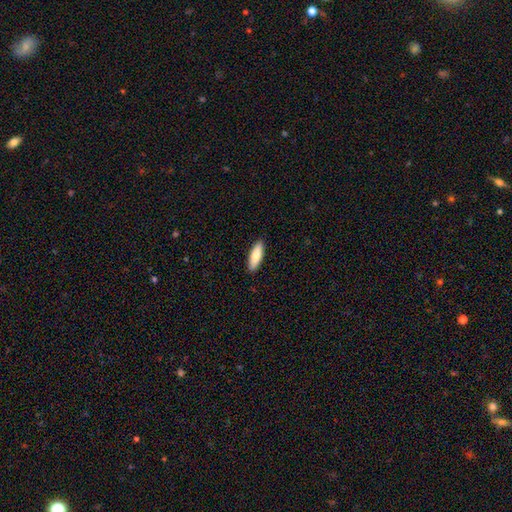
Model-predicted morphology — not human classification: Overall: smooth (78%). How rounded: in between (51%; cigar-shaped 47%). Merging: none (90%).